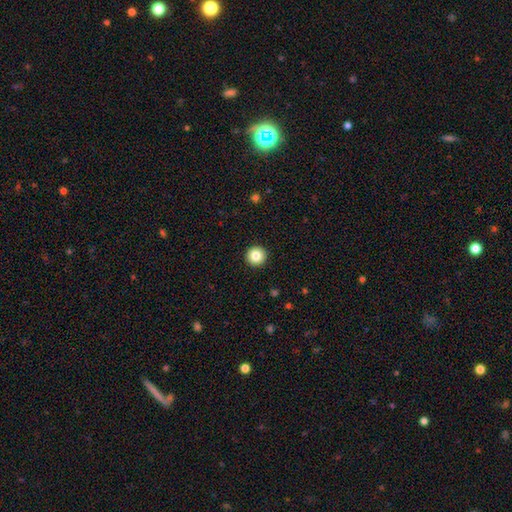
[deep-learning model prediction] A smooth galaxy with no disk features (85%) that is round (96%).

Vote fractions:
- Smooth or featured? smooth: 85% / star or artifact: 9% / featured or disk: 6%
- How rounded? round: 96% / in between: 3% / cigar-shaped: 1%
- Merging? none: 94% / minor disturbance: 4% / major disturbance: 1% / merger: 1%